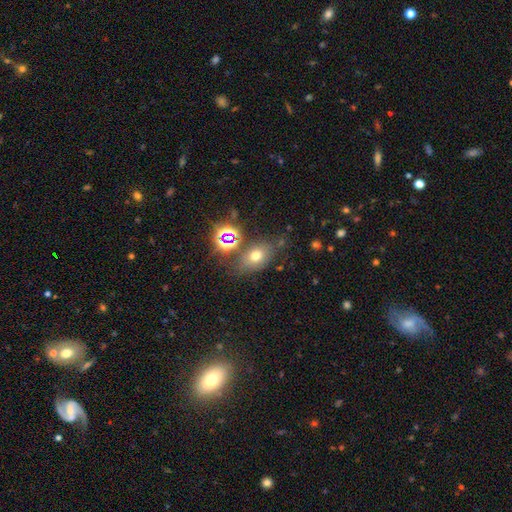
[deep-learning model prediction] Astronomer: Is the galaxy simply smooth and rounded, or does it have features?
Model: smooth — 64%.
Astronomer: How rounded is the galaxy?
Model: in between — 74%.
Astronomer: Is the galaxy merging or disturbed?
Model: none — 69%.